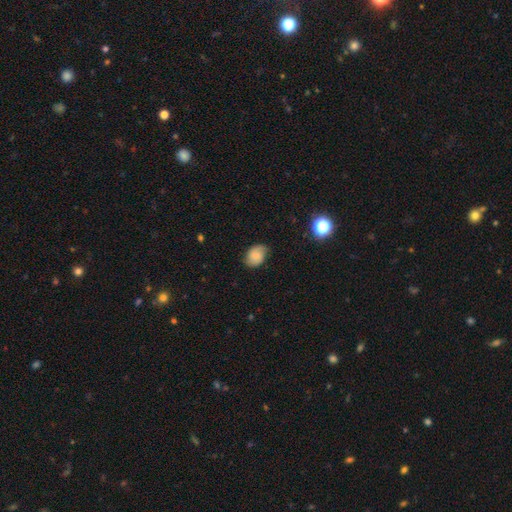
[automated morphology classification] smooth_or_featured: smooth (p=0.63) [alt: featured or disk p=0.27]
how_rounded: in between (p=0.70) [alt: round p=0.29]
merging: none (p=0.69) [alt: minor disturbance p=0.25]